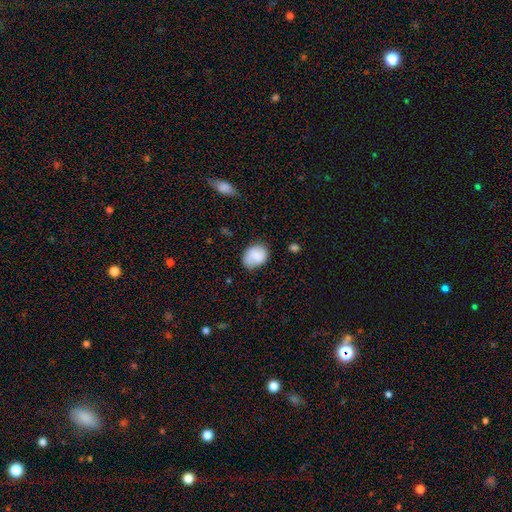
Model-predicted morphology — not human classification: type=smooth (78%); roundness=in between (50%); merging=none (62%).